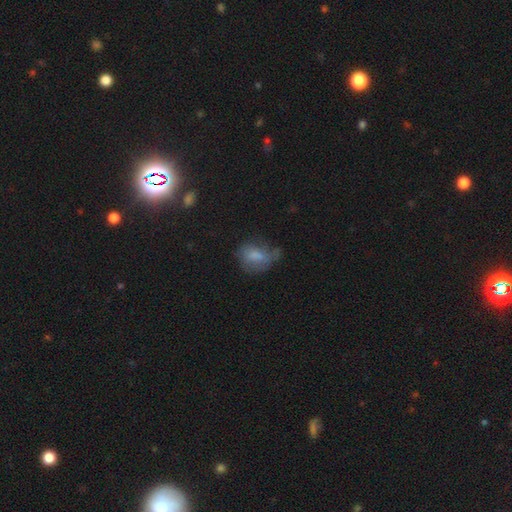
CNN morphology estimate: Smooth or featured: smooth — 64% (featured or disk — 25%)
How rounded: in between — 69% (round — 29%)
Merging: none — 37% (minor disturbance — 32%)